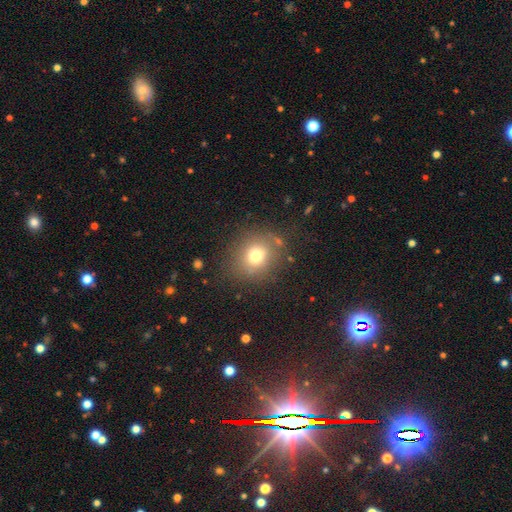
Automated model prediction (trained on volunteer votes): This is likely a smooth galaxy (72%). How rounded: clearly round (81%). Merging: likely none (79%).